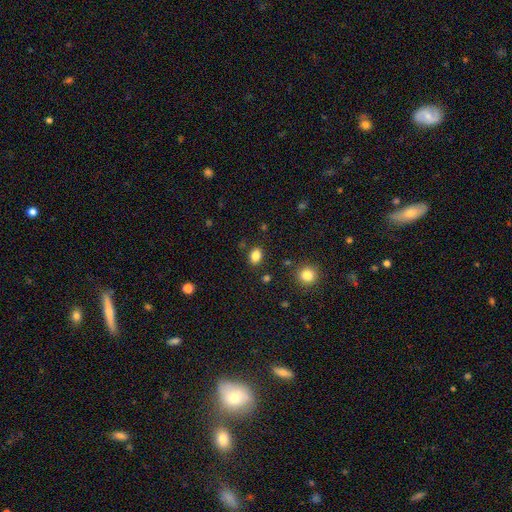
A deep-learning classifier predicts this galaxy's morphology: type=smooth (84%); roundness=in between (67%); merging=none (85%).